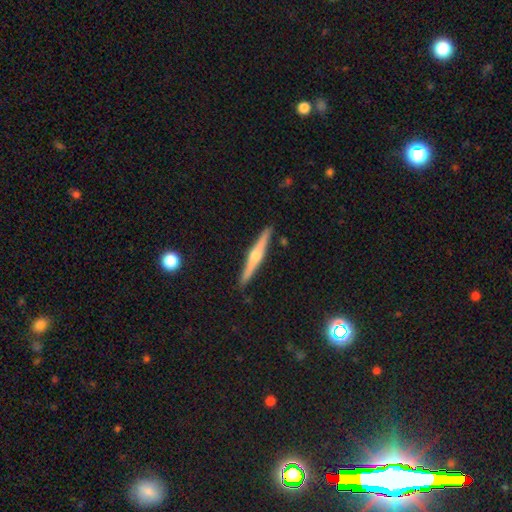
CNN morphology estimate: The model was most divided on "smooth or featured": featured or disk: 73%, smooth: 21%, star or artifact: 5%. More confident: edge-on disk — yes (98%); edge-on bulge — rounded (91%); merging — none (91%).